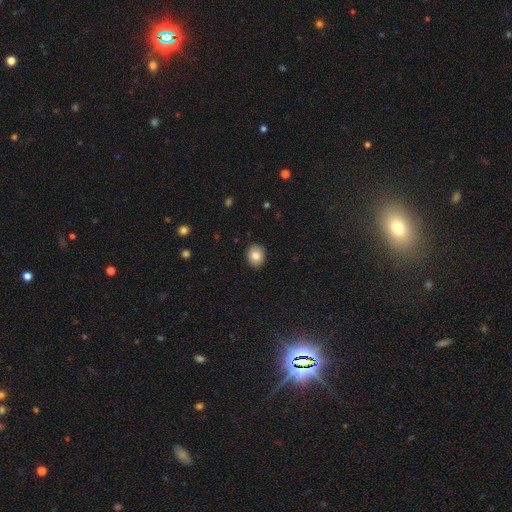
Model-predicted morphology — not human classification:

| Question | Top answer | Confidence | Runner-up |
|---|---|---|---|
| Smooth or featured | smooth | 84% | star or artifact (9%) |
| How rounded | round | 50% | in between (49%) |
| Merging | none | 89% | minor disturbance (9%) |